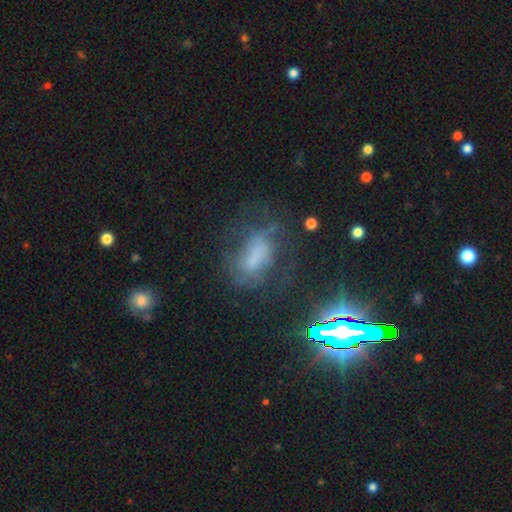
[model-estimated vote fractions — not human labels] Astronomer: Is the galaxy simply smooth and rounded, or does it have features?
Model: smooth — 38% (runner-up: featured or disk, 37%).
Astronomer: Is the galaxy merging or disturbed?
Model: none — 45% (runner-up: major disturbance, 29%).